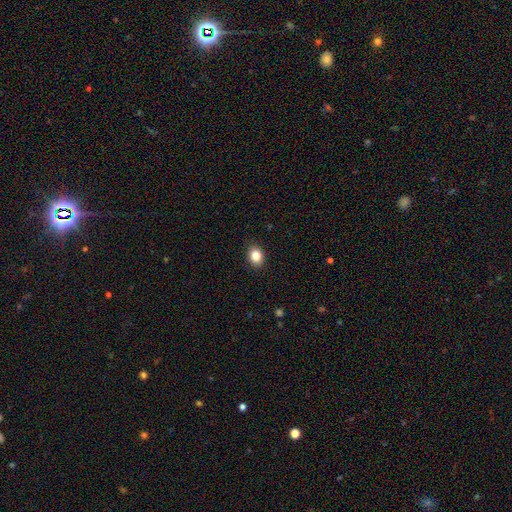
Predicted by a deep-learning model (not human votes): smooth_or_featured: smooth (p=0.87) [alt: star or artifact p=0.09]
how_rounded: in between (p=0.63) [alt: round p=0.36]
merging: none (p=0.88) [alt: minor disturbance p=0.09]